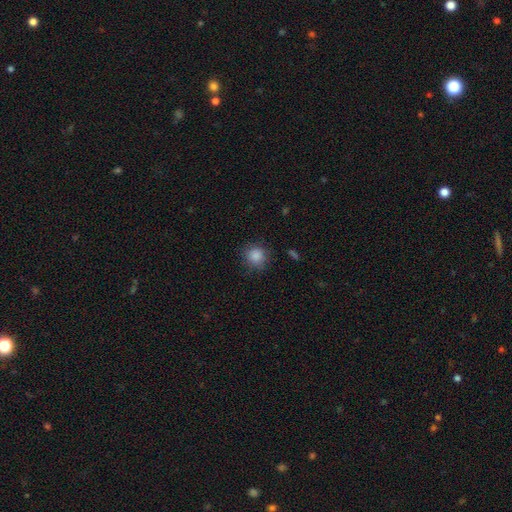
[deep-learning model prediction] Smooth or featured?
  - smooth: 87% *
  - star or artifact: 9%
  - featured or disk: 4%
How rounded?
  - round: 90% *
  - in between: 9%
  - cigar-shaped: 1%
Merging?
  - none: 82% *
  - minor disturbance: 13%
  - major disturbance: 4%
  - merger: 1%